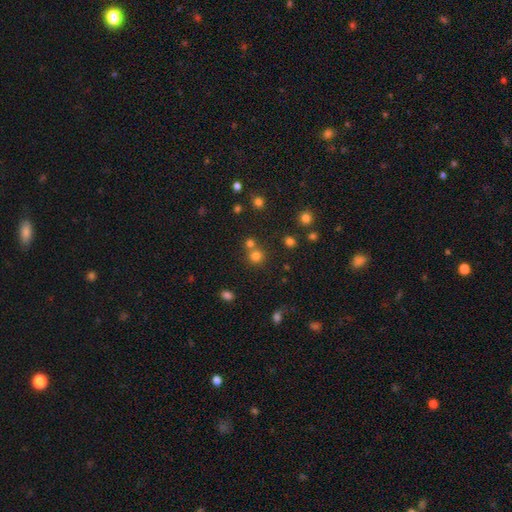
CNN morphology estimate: Smooth or featured?
  - smooth: 74% *
  - star or artifact: 19%
  - featured or disk: 7%
How rounded?
  - round: 92% *
  - in between: 7%
  - cigar-shaped: 1%
Merging?
  - none: 62% *
  - merger: 28%
  - minor disturbance: 6%
  - major disturbance: 3%